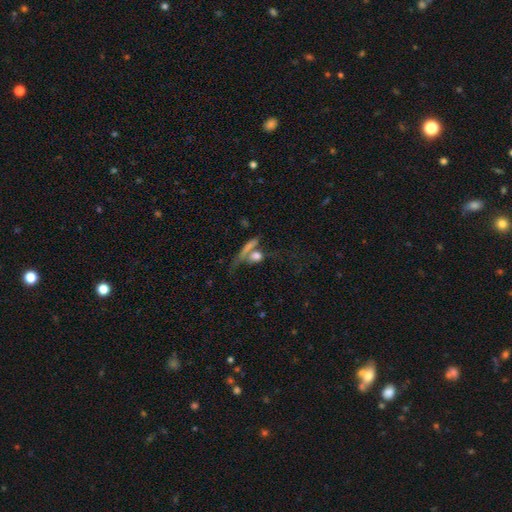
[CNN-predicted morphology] Smooth or featured? Predicted: smooth (p=0.64). How rounded? Predicted: in between (p=0.38). Merging? Predicted: merger (p=0.39).